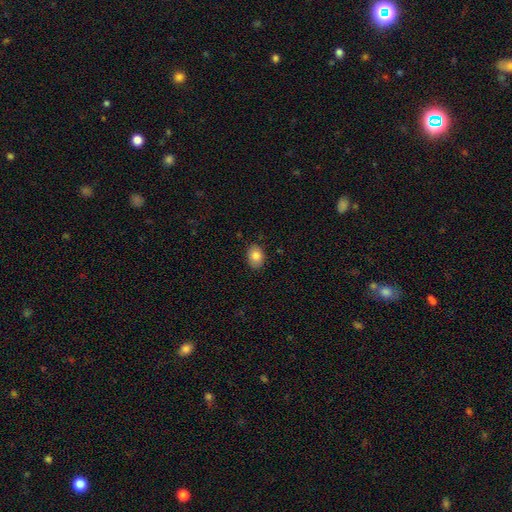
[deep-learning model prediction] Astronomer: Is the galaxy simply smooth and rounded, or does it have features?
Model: smooth — 84%.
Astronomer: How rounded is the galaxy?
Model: in between — 74%.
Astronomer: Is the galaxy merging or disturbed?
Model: none — 86%.